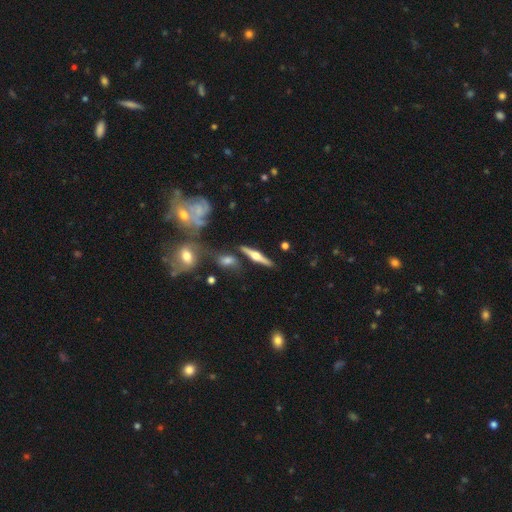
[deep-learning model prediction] Smooth or featured? Predicted: featured or disk (p=0.75). Edge-on disk? Predicted: yes (p=0.97). Edge-on bulge? Predicted: rounded (p=0.93). Merging? Predicted: none (p=0.83).